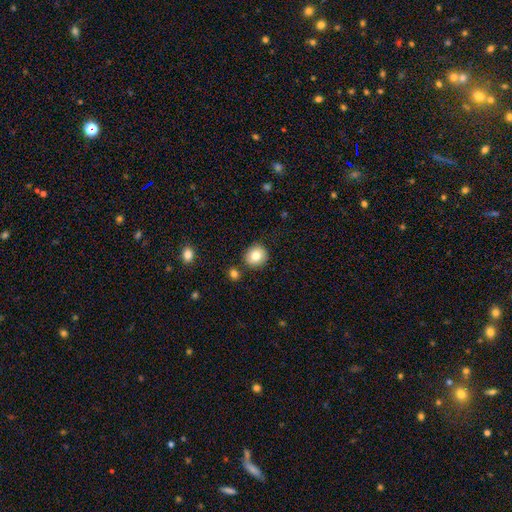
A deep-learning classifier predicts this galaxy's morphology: A smooth galaxy with no disk features (80%) that is round (88%).

Vote fractions:
- Smooth or featured? smooth: 80% / featured or disk: 10% / star or artifact: 9%
- How rounded? round: 88% / in between: 11% / cigar-shaped: 1%
- Merging? none: 85% / minor disturbance: 8% / merger: 4% / major disturbance: 2%